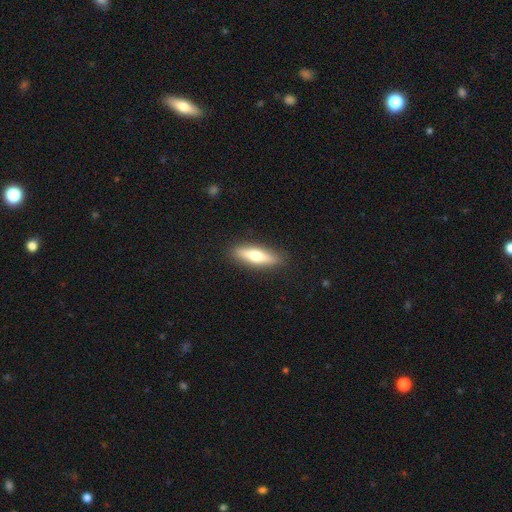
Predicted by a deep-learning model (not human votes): Overall: smooth (58%; featured or disk 36%). How rounded: cigar-shaped (65%; in between 33%). Merging: none (89%).